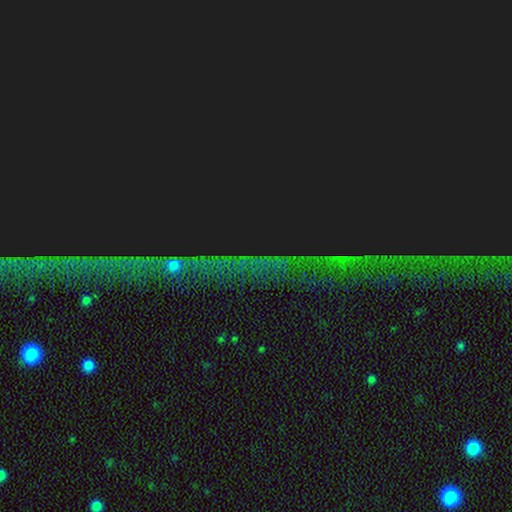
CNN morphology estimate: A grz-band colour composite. It shows a star or artifact, not a galaxy (86%).